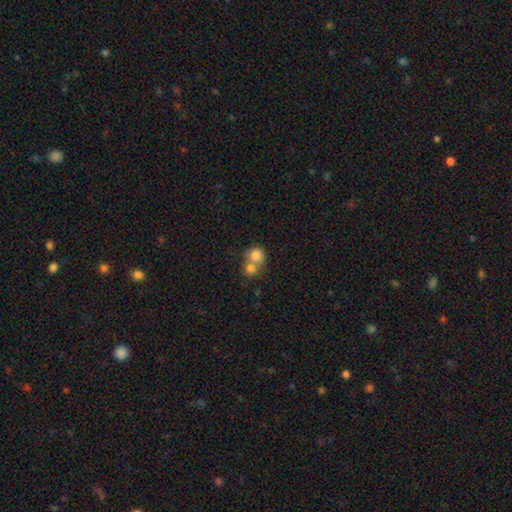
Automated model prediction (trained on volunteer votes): This is likely a smooth galaxy (77%). How rounded: clearly round (81%). Merging: likely merger (61%).